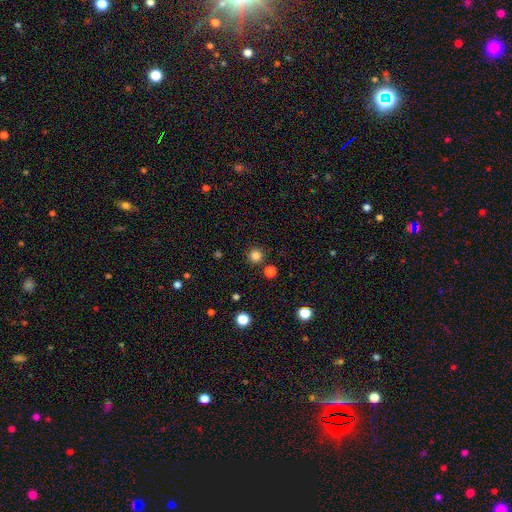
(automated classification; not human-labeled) Smooth or featured? smooth (83%)
How rounded? round (95%)
Merging? none (89%)